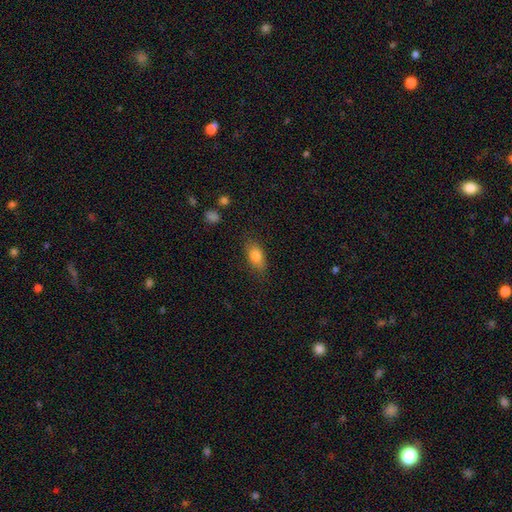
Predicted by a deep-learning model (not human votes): Smooth or featured?
  - smooth: 81% *
  - featured or disk: 10%
  - star or artifact: 9%
How rounded?
  - in between: 85% *
  - round: 8%
  - cigar-shaped: 7%
Merging?
  - none: 79% *
  - minor disturbance: 15%
  - major disturbance: 4%
  - merger: 1%